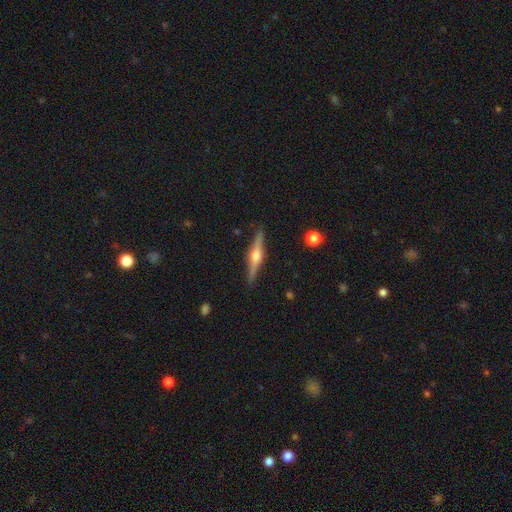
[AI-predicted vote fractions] A featured or disk galaxy (80%) viewed edge-on (98%) with a rounded central bulge (93%). Merging: none (90%).